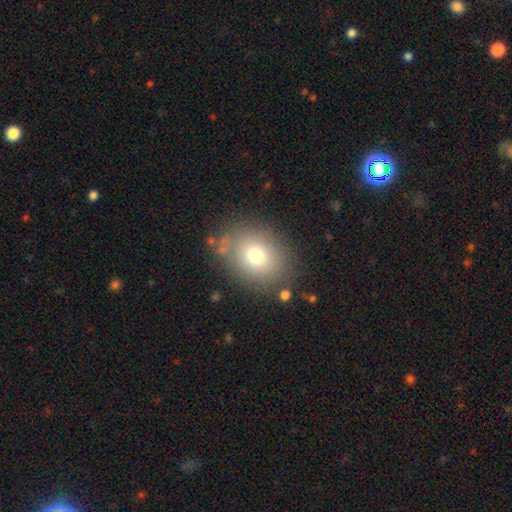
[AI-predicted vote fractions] Morphology: type=smooth (73%); roundness=round (52%); merging=none (79%).